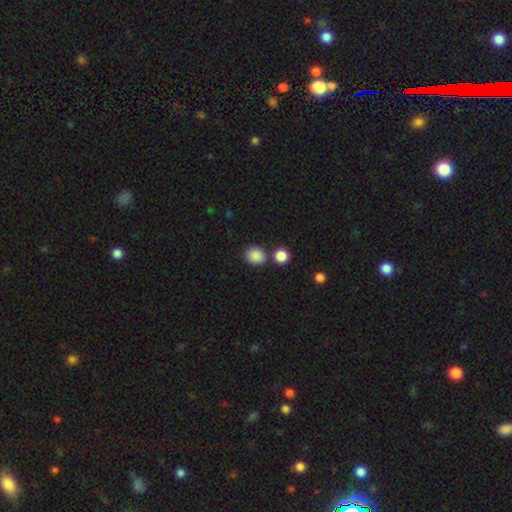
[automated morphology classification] Smooth or featured: smooth — 87% (star or artifact — 9%)
How rounded: round — 71% (in between — 28%)
Merging: none — 75% (merger — 12%)